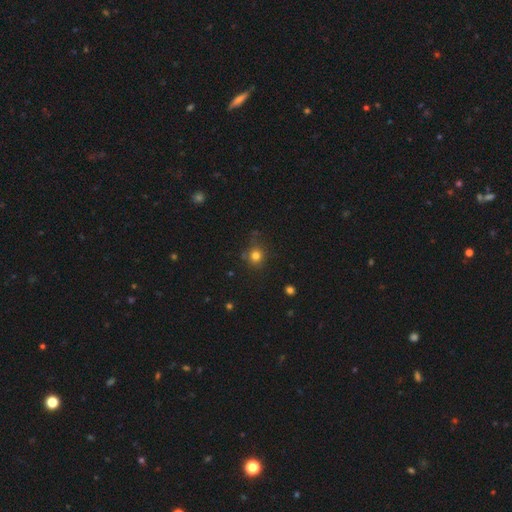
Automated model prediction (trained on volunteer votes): Morphology: type=smooth (78%); roundness=round (88%); merging=none (78%).